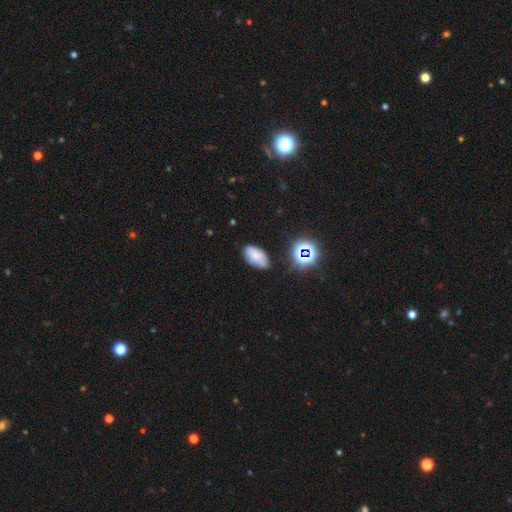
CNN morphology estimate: Smooth or featured? Predicted: smooth (p=0.70). How rounded? Predicted: in between (p=0.92). Merging? Predicted: none (p=0.64).